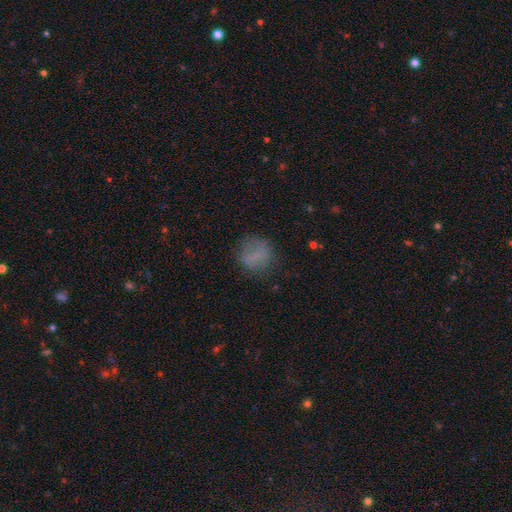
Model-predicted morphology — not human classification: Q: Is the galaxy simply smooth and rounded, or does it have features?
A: smooth — 69%.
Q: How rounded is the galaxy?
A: round — 74%.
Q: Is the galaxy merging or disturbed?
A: none — 71%.